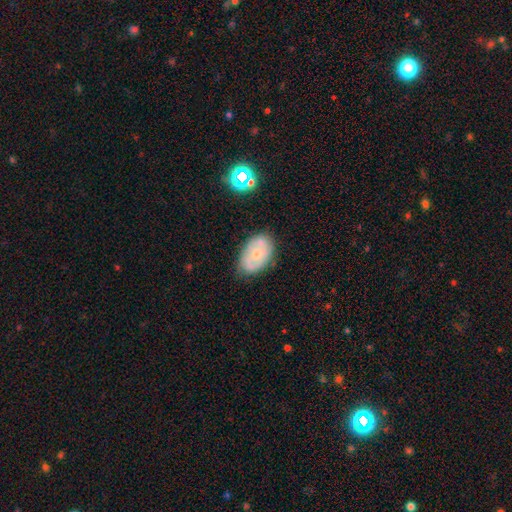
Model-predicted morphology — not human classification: A featured or disk galaxy (51%).

Vote fractions:
- Smooth or featured? featured or disk: 51% / smooth: 41% / star or artifact: 8%
- Edge-on disk? no: 95% / yes: 5%
- Merging? none: 69% / minor disturbance: 21% / major disturbance: 5% / merger: 4%